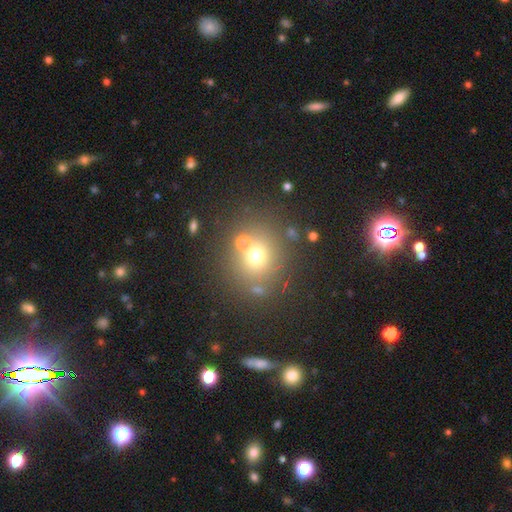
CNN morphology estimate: Smooth or featured? smooth (65%)
How rounded? round (85%)
Merging? none (70%)